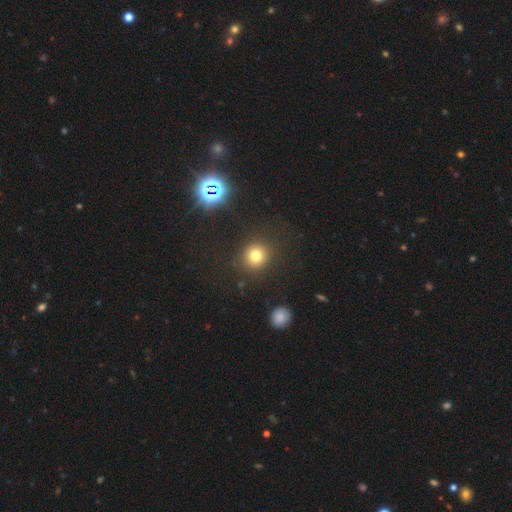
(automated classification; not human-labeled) This appears to be a smooth galaxy with no disk features (77%) that is round (87%). Merging: none (87%).